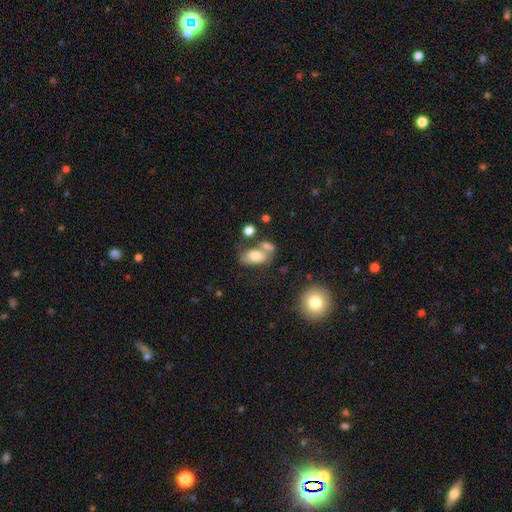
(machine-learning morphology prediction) A smooth galaxy with no disk features (74%) that is in between round and cigar-shaped (90%).

Vote fractions:
- Smooth or featured? smooth: 74% / featured or disk: 17% / star or artifact: 9%
- How rounded? in between: 90% / round: 7% / cigar-shaped: 4%
- Merging? none: 43% / merger: 31% / minor disturbance: 17% / major disturbance: 9%